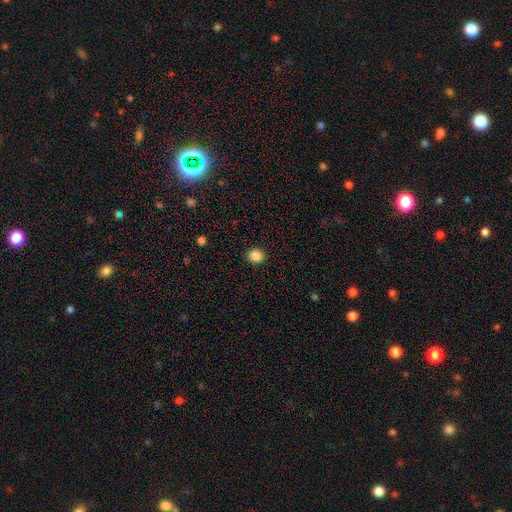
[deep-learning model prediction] smooth 86%, star or artifact 10%, featured or disk 4%. Down the decision tree: how rounded — round (75%); merging — none (91%).